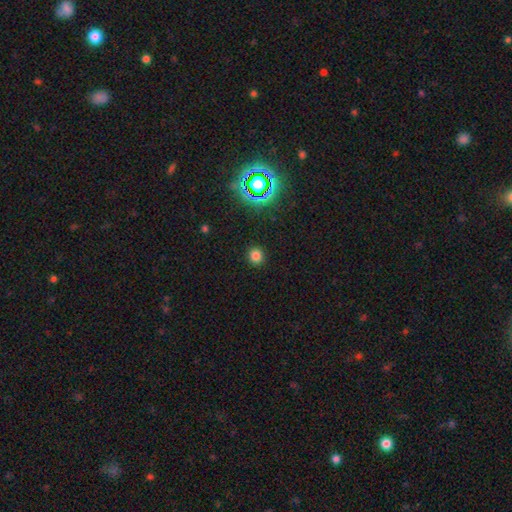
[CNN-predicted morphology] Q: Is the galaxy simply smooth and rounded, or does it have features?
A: smooth — 78%.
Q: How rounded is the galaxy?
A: round — 86%.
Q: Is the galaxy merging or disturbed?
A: none — 90%.